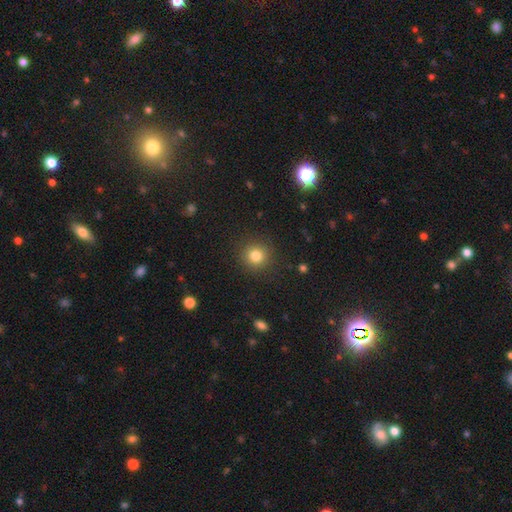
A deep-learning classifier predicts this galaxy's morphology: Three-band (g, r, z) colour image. It shows a smooth galaxy with no disk features (82%) that is round (93%). Merging: none (90%).